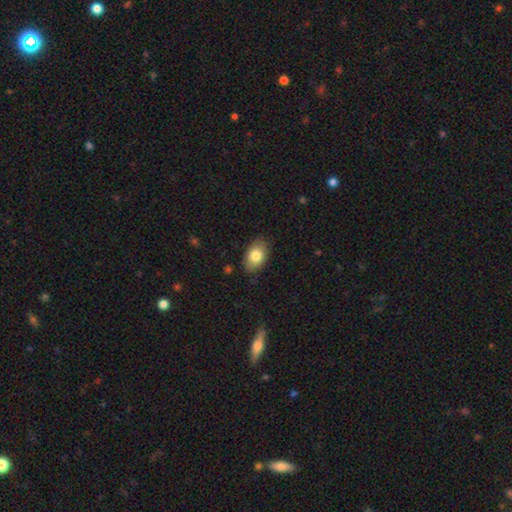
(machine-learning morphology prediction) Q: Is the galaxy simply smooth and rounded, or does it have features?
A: smooth — 80%.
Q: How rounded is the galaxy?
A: in between — 89%.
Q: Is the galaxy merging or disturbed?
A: none — 83%.